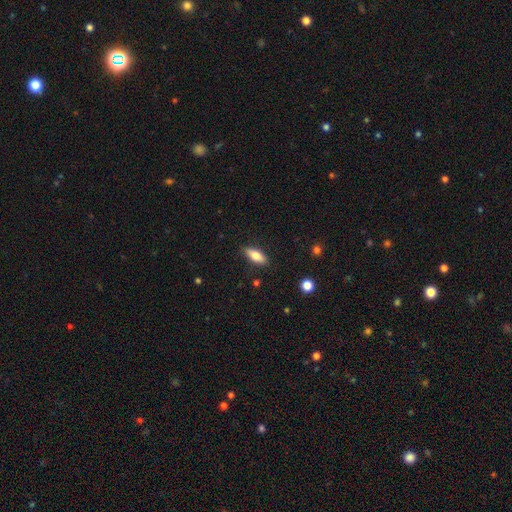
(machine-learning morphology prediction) Smooth or featured?
  - smooth: 73% *
  - featured or disk: 20%
  - star or artifact: 7%
How rounded?
  - in between: 69% *
  - cigar-shaped: 29%
  - round: 3%
Merging?
  - none: 86% *
  - minor disturbance: 10%
  - major disturbance: 2%
  - merger: 1%